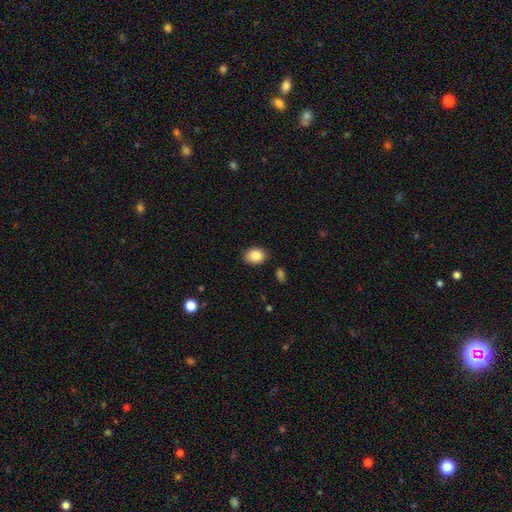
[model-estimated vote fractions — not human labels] Overall: smooth (86%). How rounded: in between (74%). Merging: none (87%).